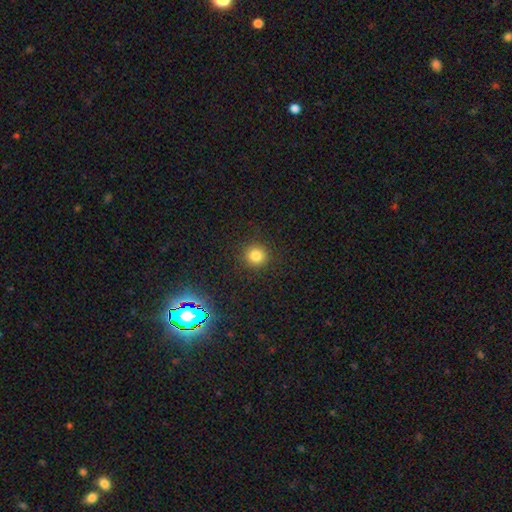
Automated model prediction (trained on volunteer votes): A smooth galaxy with no disk features (82%) that is round (93%).

Vote fractions:
- Smooth or featured? smooth: 82% / star or artifact: 13% / featured or disk: 5%
- How rounded? round: 93% / in between: 6% / cigar-shaped: 1%
- Merging? none: 91% / minor disturbance: 6% / major disturbance: 2% / merger: 1%